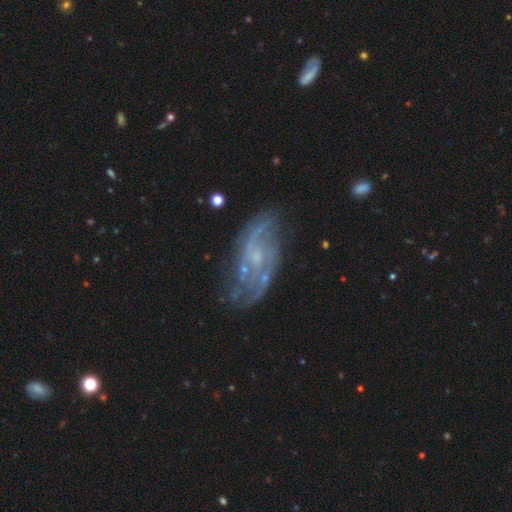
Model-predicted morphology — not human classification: A featured or disk galaxy (80%) with no bar (58%), 2 (54%) medium (41%) spiral arms (85%) and a small central bulge (56%).

Vote fractions:
- Smooth or featured? featured or disk: 80% / smooth: 11% / star or artifact: 9%
- Edge-on disk? no: 95% / yes: 5%
- Bar? no: 58% / weak: 36% / strong: 6%
- Spiral arms? yes: 85% / no: 15%
- Spiral winding? medium: 41% / loose: 38% / tight: 21%
- Spiral arm count? 2: 54% / can't tell: 27% / 3: 8% / 1: 5% / 4: 4% / more than 4: 3%
- Bulge size? small: 56% / none: 26% / moderate: 15% / large: 1% / dominant: 1%
- Merging? none: 62% / minor disturbance: 20% / major disturbance: 13% / merger: 4%